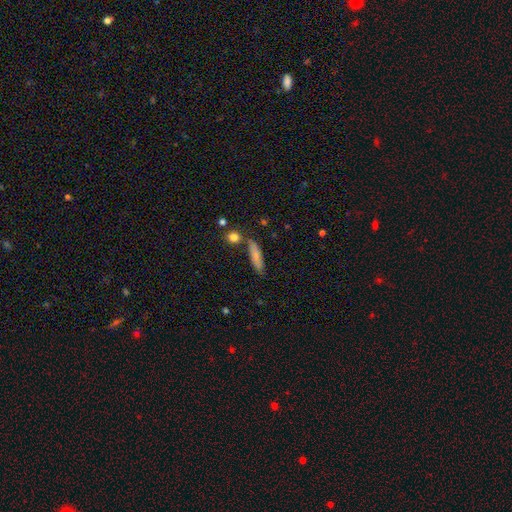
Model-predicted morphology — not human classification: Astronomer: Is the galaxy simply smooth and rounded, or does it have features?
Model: smooth — 76%.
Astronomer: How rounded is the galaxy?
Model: cigar-shaped — 65%.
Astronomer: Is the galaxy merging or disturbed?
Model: none — 72%.